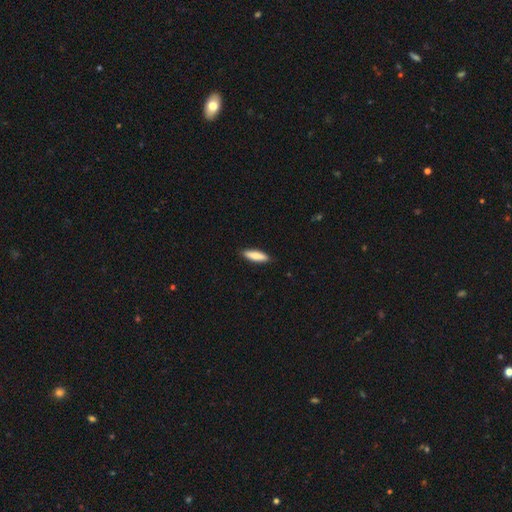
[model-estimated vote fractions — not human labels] Morphology: type=smooth (83%); roundness=cigar-shaped (66%); merging=none (90%).